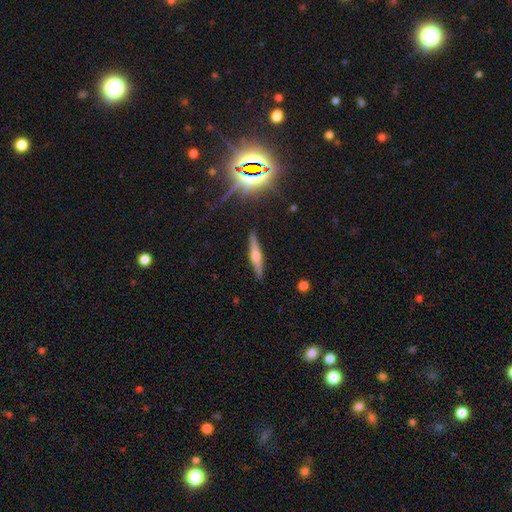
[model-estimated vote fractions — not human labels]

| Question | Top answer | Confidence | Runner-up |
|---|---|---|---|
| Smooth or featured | featured or disk | 61% | smooth (27%) |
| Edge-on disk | yes | 96% | no (4%) |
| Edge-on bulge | rounded | 83% | boxy (11%) |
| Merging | none | 88% | minor disturbance (8%) |